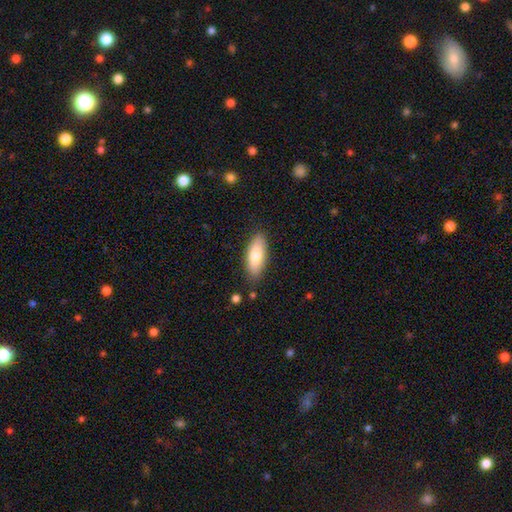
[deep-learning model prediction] Smooth or featured? Predicted: smooth (p=0.79). How rounded? Predicted: in between (p=0.73). Merging? Predicted: none (p=0.84).